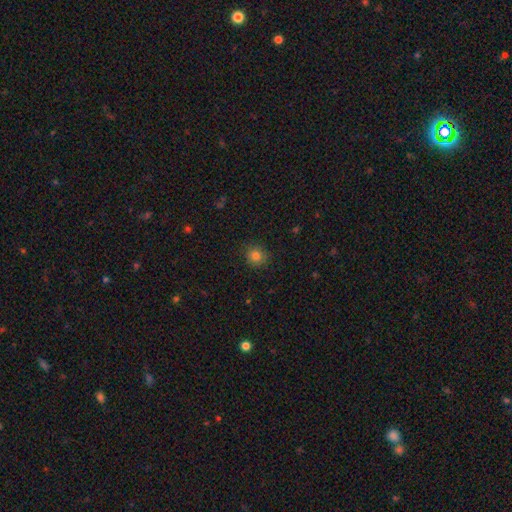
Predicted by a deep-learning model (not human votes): Overall: smooth (82%). How rounded: round (89%). Merging: none (88%).